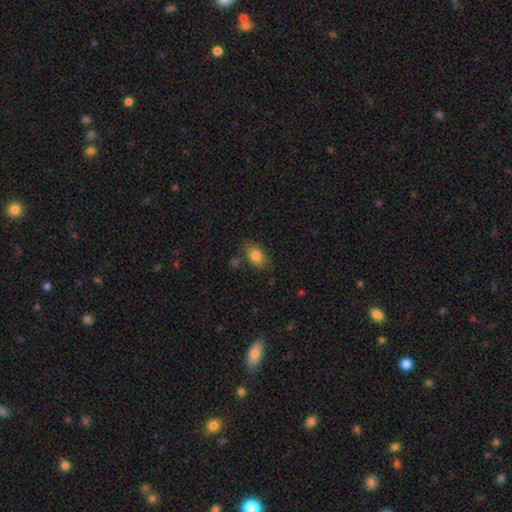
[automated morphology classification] A smooth galaxy with no disk features (83%) that is in between round and cigar-shaped (83%). Merging: none (76%).